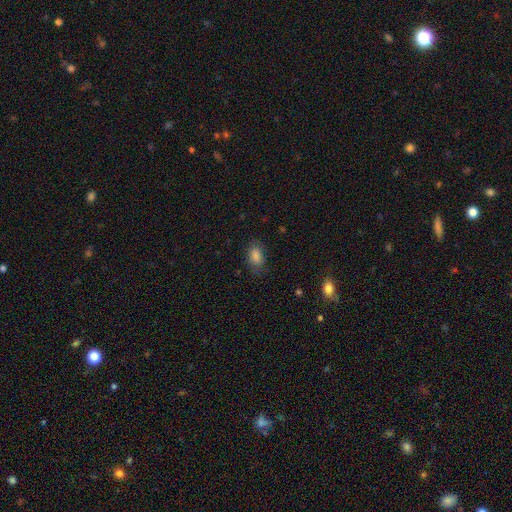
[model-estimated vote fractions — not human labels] Q: Smooth or featured?
A: smooth (81%); runner-up: star or artifact (11%)
Q: How rounded?
A: in between (88%); runner-up: round (9%)
Q: Merging?
A: none (76%); runner-up: minor disturbance (17%)